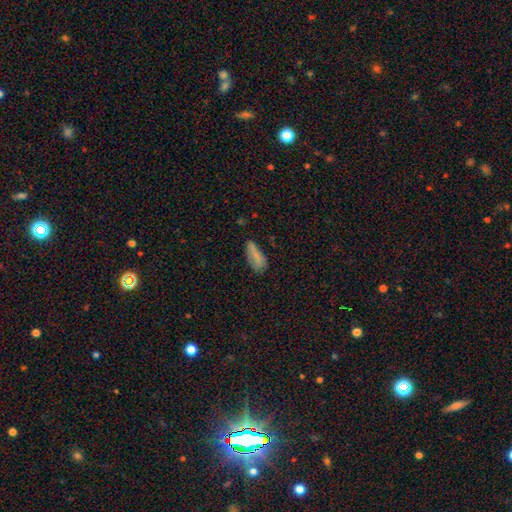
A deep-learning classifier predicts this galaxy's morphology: Smooth or featured?
  - smooth: 72% *
  - featured or disk: 15%
  - star or artifact: 13%
How rounded?
  - in between: 69% *
  - cigar-shaped: 28%
  - round: 3%
Merging?
  - none: 55% *
  - minor disturbance: 28%
  - major disturbance: 12%
  - merger: 5%